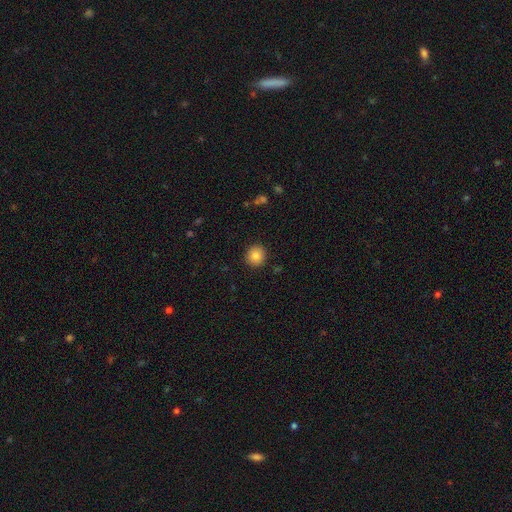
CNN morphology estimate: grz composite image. It shows a smooth galaxy with no disk features (84%) that is round (91%). Merging: none (91%).